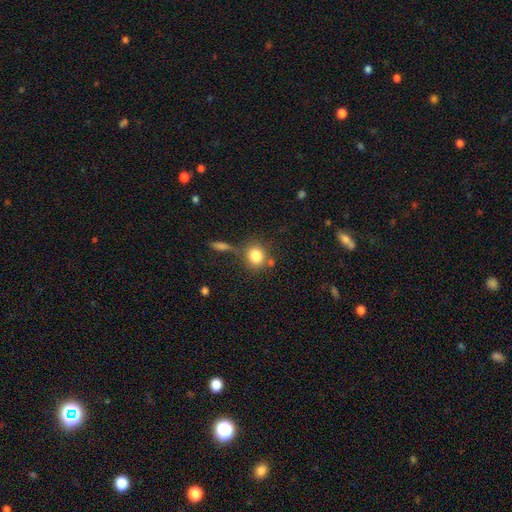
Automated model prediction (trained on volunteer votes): Morphology: type=smooth (83%); roundness=round (74%); merging=none (68%).